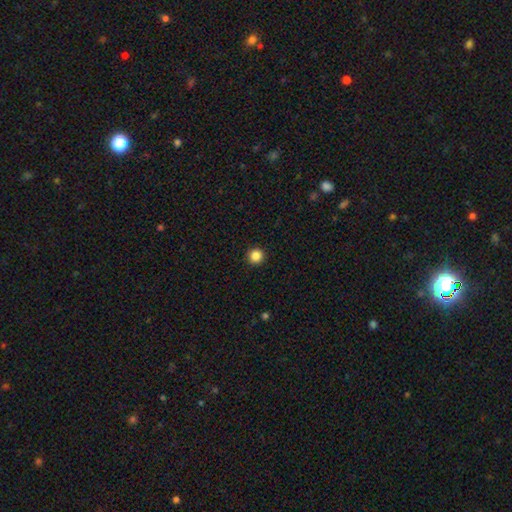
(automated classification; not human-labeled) Smooth or featured? smooth (86%)
How rounded? round (96%)
Merging? none (94%)